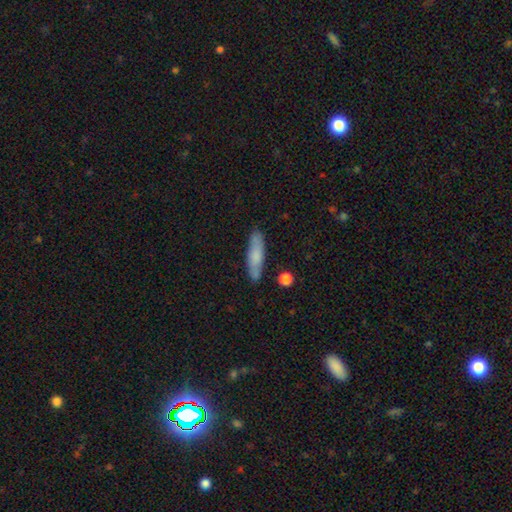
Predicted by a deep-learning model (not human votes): smooth-or-featured: smooth: 72% | featured or disk: 21% | star or artifact: 6%
  how-rounded: cigar-shaped: 71% | in between: 27% | round: 2%
  merging: none: 82% | minor disturbance: 13% | merger: 2% | major disturbance: 2%